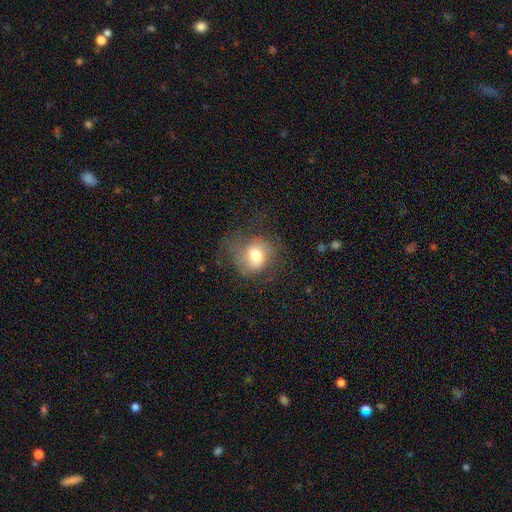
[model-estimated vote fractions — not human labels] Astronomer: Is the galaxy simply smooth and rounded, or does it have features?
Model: smooth — 66%.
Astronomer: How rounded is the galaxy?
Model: round — 70%.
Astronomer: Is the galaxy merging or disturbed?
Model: none — 51%.